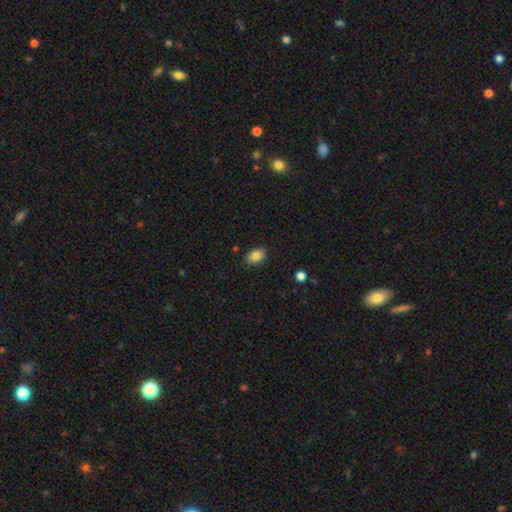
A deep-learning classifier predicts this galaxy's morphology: type=smooth (85%); roundness=in between (84%); merging=none (86%).